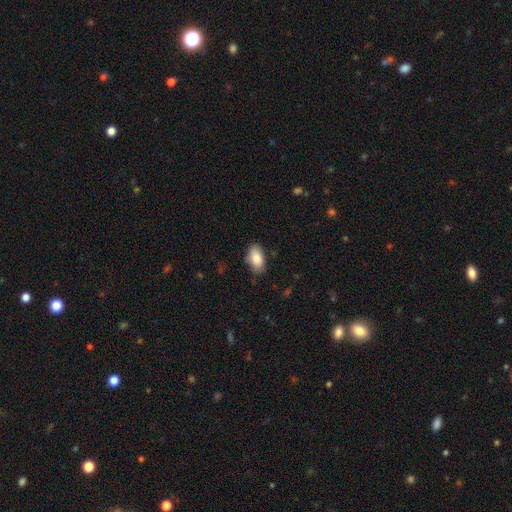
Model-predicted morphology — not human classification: smooth 85%, featured or disk 8%, star or artifact 6%. Down the decision tree: how rounded — in between (93%); merging — none (79%).